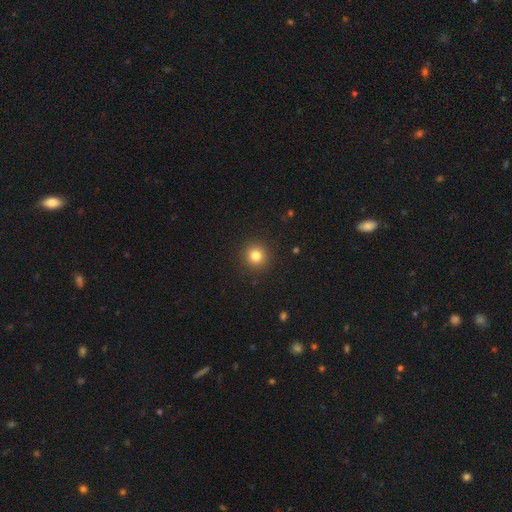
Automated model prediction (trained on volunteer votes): Q: Smooth or featured?
A: smooth (81%); runner-up: star or artifact (13%)
Q: How rounded?
A: round (94%); runner-up: in between (5%)
Q: Merging?
A: none (92%); runner-up: minor disturbance (5%)